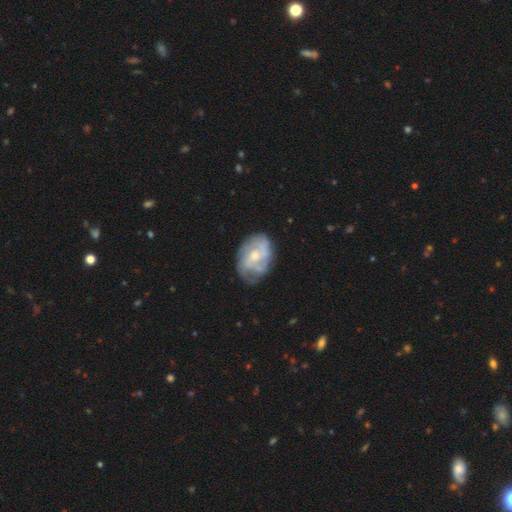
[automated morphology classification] Smooth or featured: featured or disk — 72% (smooth — 22%)
Edge-on disk: no — 97% (yes — 3%)
Bar: no — 65% (weak — 31%)
Spiral arms: yes — 79% (no — 21%)
Spiral winding: tight — 45% (medium — 38%)
Spiral arm count: can't tell — 43% (2 — 23%)
Bulge size: small — 49% (moderate — 46%)
Merging: none — 65% (minor disturbance — 24%)